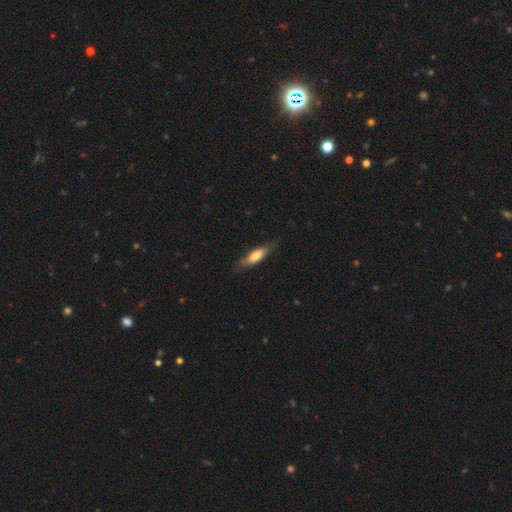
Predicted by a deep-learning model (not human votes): Smooth or featured? smooth (62%)
How rounded? cigar-shaped (50%)
Merging? none (70%)